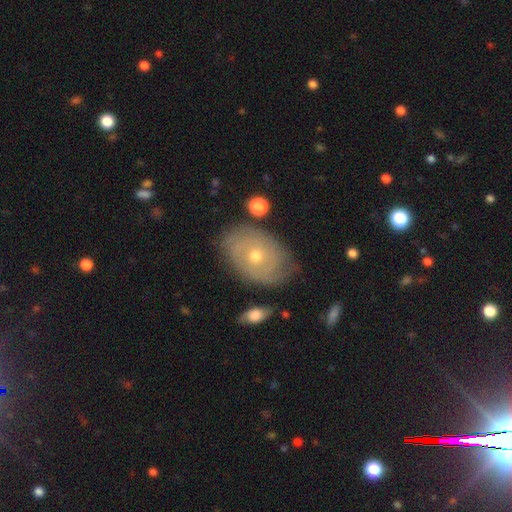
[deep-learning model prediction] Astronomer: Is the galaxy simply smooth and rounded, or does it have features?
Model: featured or disk — 69%.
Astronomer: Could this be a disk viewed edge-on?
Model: no — 95%.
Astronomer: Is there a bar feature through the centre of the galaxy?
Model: no — 85%.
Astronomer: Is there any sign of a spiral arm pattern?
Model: yes — 71%.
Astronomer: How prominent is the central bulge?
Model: small — 50% (runner-up: moderate, 48%).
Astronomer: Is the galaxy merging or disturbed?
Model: none — 75%.